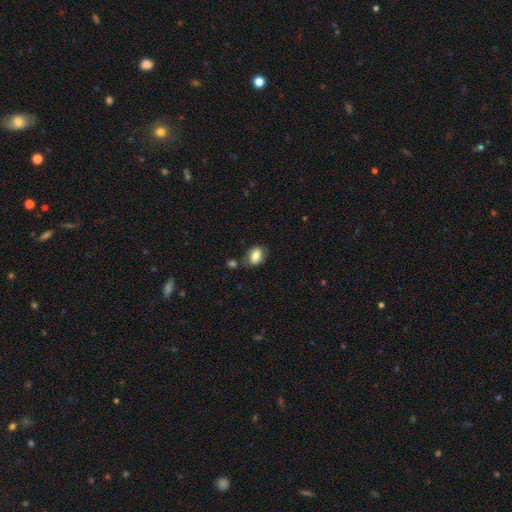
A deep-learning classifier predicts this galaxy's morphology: smooth-or-featured: smooth: 78% | featured or disk: 14% | star or artifact: 8%
  how-rounded: in between: 71% | round: 27% | cigar-shaped: 1%
  merging: none: 67% | minor disturbance: 18% | merger: 10% | major disturbance: 5%